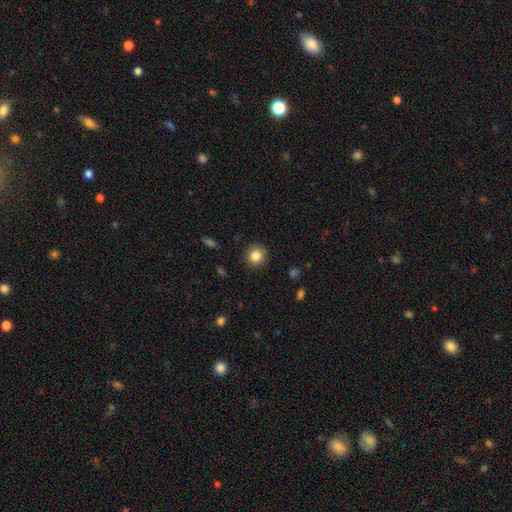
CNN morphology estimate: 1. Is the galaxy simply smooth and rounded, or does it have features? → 84% smooth, 10% star or artifact, 6% featured or disk.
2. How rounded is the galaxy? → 92% round, 7% in between, 1% cigar-shaped.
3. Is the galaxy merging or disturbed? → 90% none, 7% minor disturbance, 2% major disturbance, 1% merger.